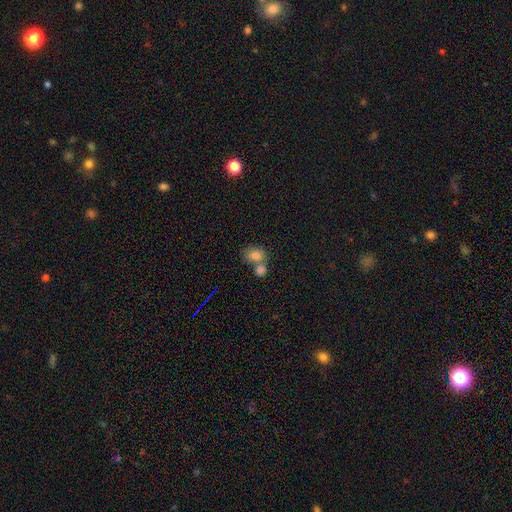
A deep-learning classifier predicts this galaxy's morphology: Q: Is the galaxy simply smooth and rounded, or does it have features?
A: smooth — 79%.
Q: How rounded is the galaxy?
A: in between — 55%.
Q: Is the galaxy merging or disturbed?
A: merger — 49%.